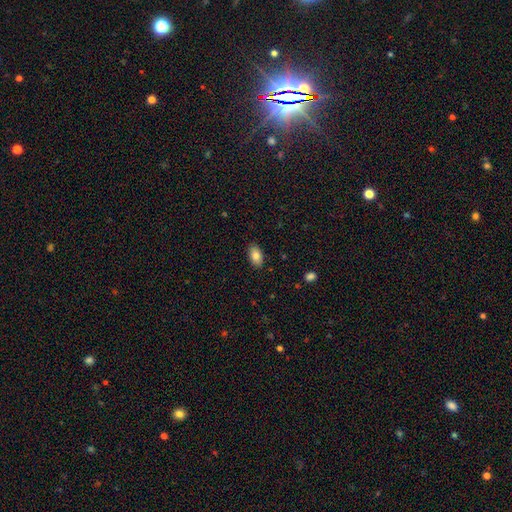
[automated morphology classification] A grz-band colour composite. It shows a smooth galaxy with no disk features (82%) that is in between round and cigar-shaped (93%). Merging: none (88%).